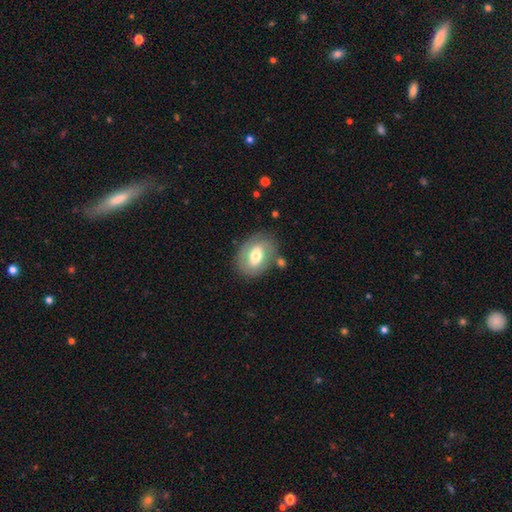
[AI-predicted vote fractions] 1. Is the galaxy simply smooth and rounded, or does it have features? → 49% smooth, 44% featured or disk, 7% star or artifact.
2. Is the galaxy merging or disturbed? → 73% none, 16% minor disturbance, 6% major disturbance, 5% merger.